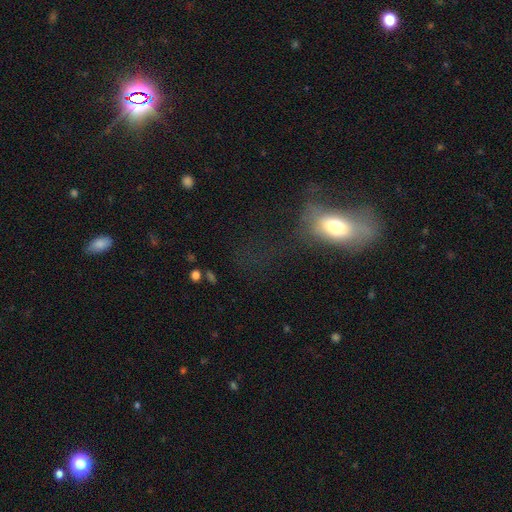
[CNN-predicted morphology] The model was most divided on "merging": major disturbance: 44%, none: 31%, minor disturbance: 19%, merger: 6%. Remaining: smooth or featured — smooth (46%).